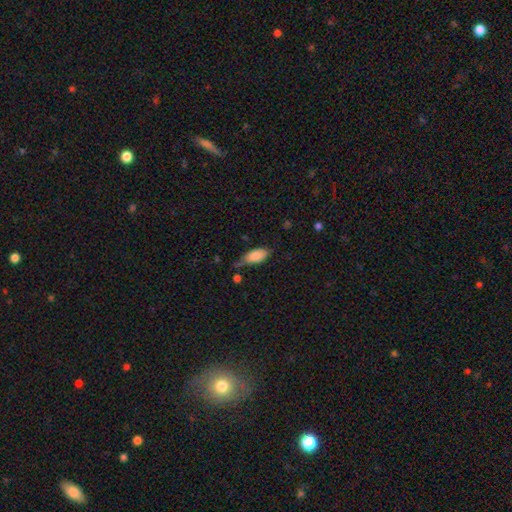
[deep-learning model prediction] Q: Smooth or featured?
A: smooth (82%); runner-up: featured or disk (11%)
Q: How rounded?
A: in between (88%); runner-up: cigar-shaped (9%)
Q: Merging?
A: none (45%); runner-up: minor disturbance (37%)